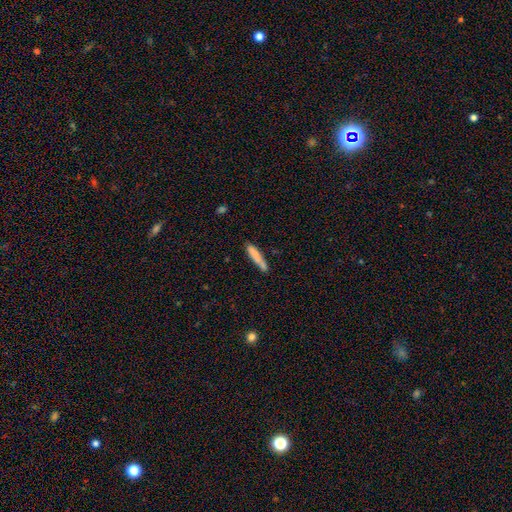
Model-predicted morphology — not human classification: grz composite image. It shows a smooth galaxy with no disk features (80%) that is cigar-shaped (88%). Merging: none (67%).